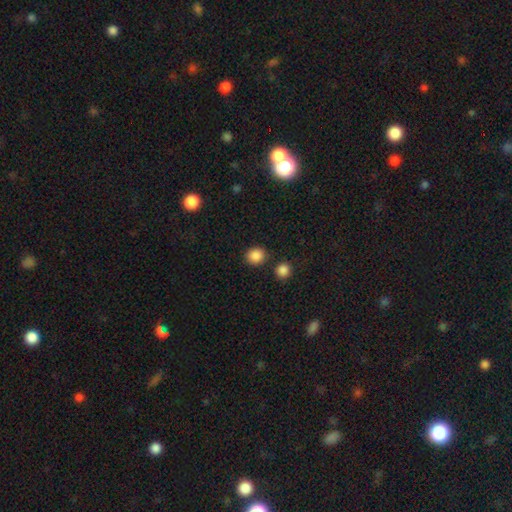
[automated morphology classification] Smooth or featured: smooth — 87% (star or artifact — 10%)
How rounded: round — 81% (in between — 18%)
Merging: none — 84% (minor disturbance — 8%)